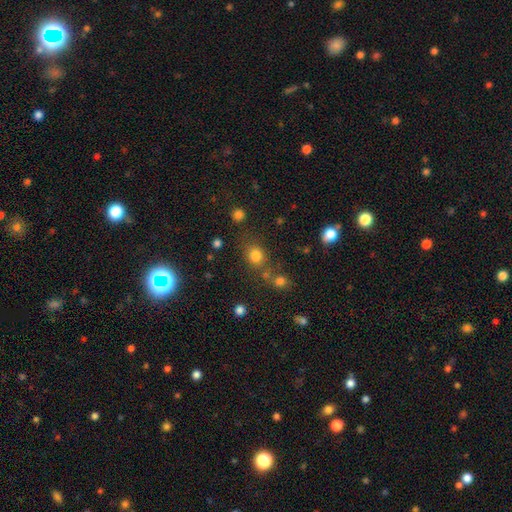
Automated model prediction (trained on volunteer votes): This appears to be a smooth galaxy with no disk features (77%) that is round (70%). Merging: none (65%).